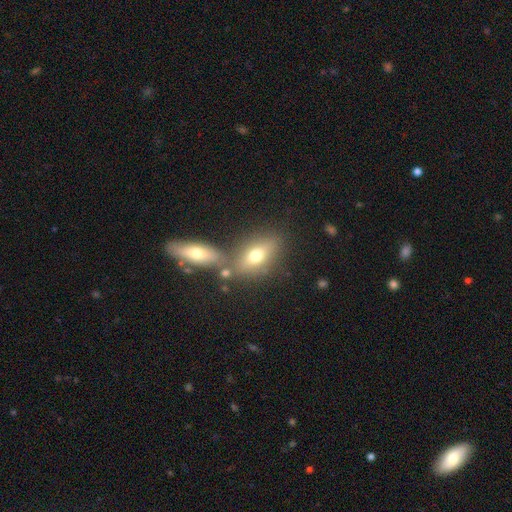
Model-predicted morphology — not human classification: Smooth or featured? Predicted: smooth (p=0.68). How rounded? Predicted: in between (p=0.78). Merging? Predicted: none (p=0.57).